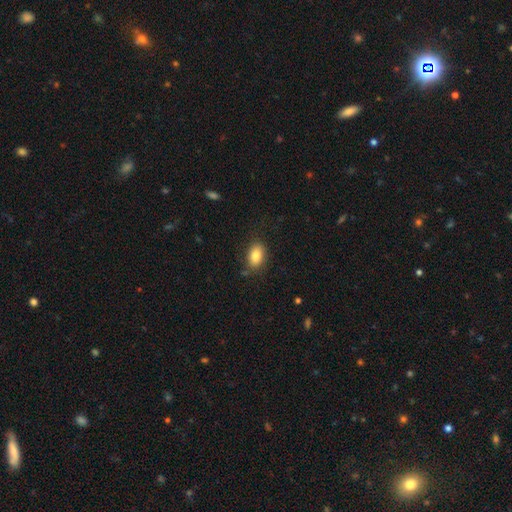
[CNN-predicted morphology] Smooth or featured? Predicted: smooth (p=0.83). How rounded? Predicted: in between (p=0.87). Merging? Predicted: none (p=0.81).